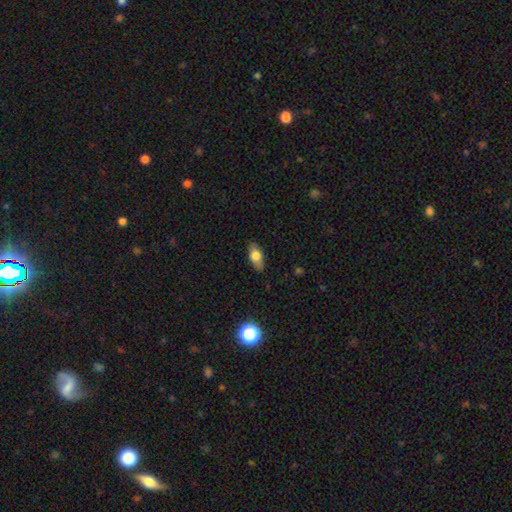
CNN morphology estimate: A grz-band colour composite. It shows a smooth galaxy with no disk features (73%) that is in between round and cigar-shaped (86%). Merging: none (86%).